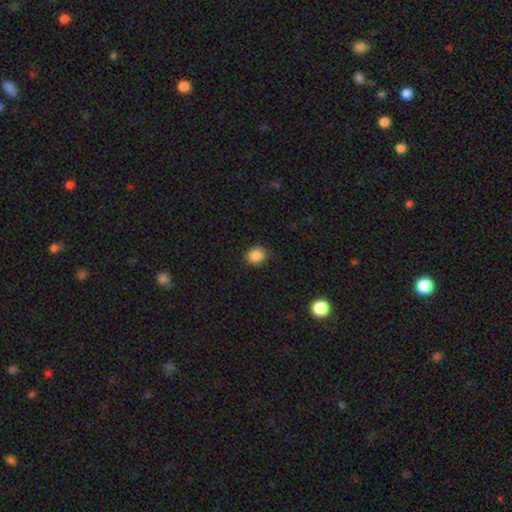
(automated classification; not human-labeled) A smooth galaxy with no disk features (88%) that is round (63%).

Vote fractions:
- Smooth or featured? smooth: 88% / star or artifact: 9% / featured or disk: 3%
- How rounded? round: 63% / in between: 36% / cigar-shaped: 1%
- Merging? none: 88% / minor disturbance: 9% / major disturbance: 2% / merger: 1%